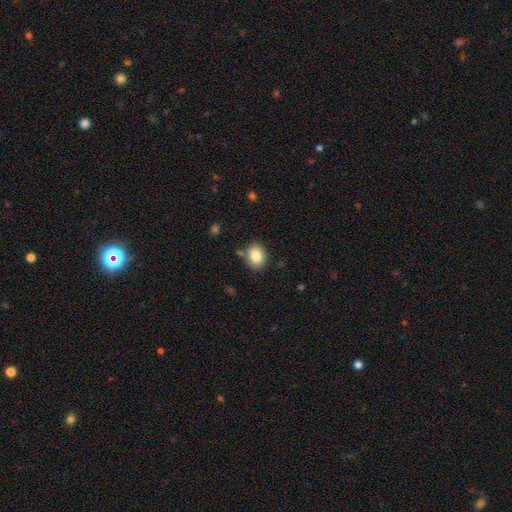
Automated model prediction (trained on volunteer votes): Smooth or featured? smooth (84%)
How rounded? round (50%)
Merging? none (80%)